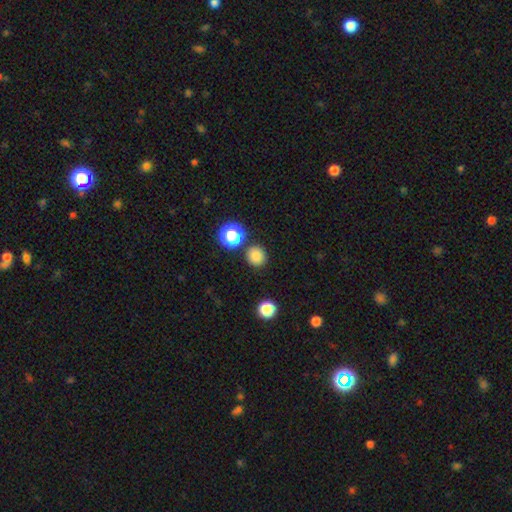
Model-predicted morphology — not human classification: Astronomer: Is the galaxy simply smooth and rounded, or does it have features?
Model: smooth — 82%.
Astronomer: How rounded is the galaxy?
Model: round — 92%.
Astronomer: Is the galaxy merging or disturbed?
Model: none — 86%.